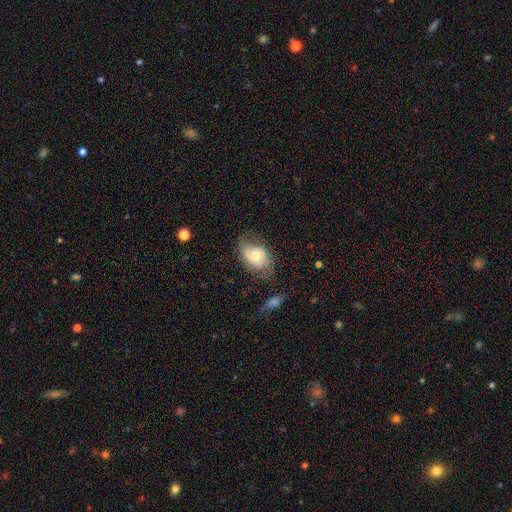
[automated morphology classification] Smooth or featured? smooth (52%)
How rounded? in between (77%)
Merging? none (51%)